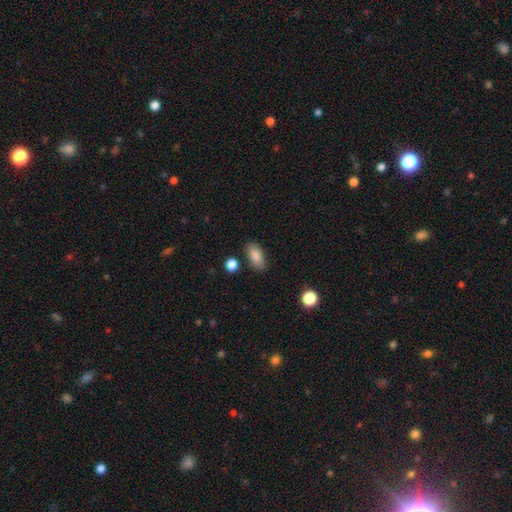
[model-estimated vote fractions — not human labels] Smooth or featured: smooth — 87% (star or artifact — 7%)
How rounded: in between — 88% (cigar-shaped — 9%)
Merging: none — 82% (minor disturbance — 12%)